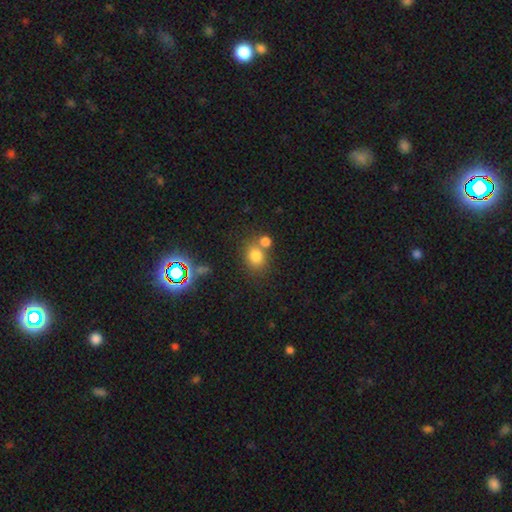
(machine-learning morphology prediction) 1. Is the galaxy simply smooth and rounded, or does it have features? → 78% smooth, 14% star or artifact, 8% featured or disk.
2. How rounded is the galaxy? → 62% round, 37% in between, 1% cigar-shaped.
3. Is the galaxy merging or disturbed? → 53% none, 32% merger, 10% minor disturbance, 4% major disturbance.